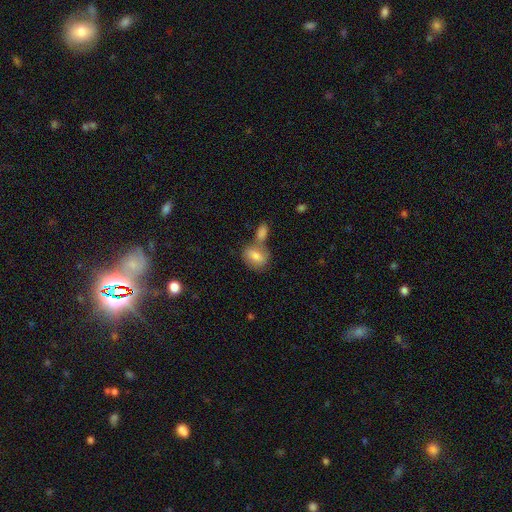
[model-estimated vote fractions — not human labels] This appears to be a smooth galaxy with no disk features (75%) that is in between round and cigar-shaped (70%). Merging: none (42%, tied with merger).